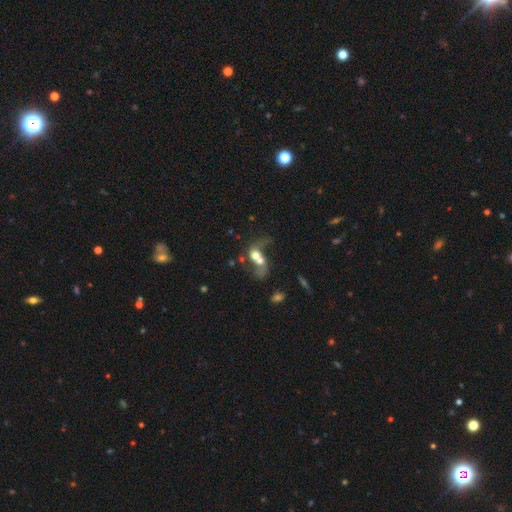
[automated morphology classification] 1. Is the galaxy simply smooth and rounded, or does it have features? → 48% smooth, 40% featured or disk, 12% star or artifact.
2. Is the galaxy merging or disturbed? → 74% merger, 12% major disturbance, 10% none, 5% minor disturbance.